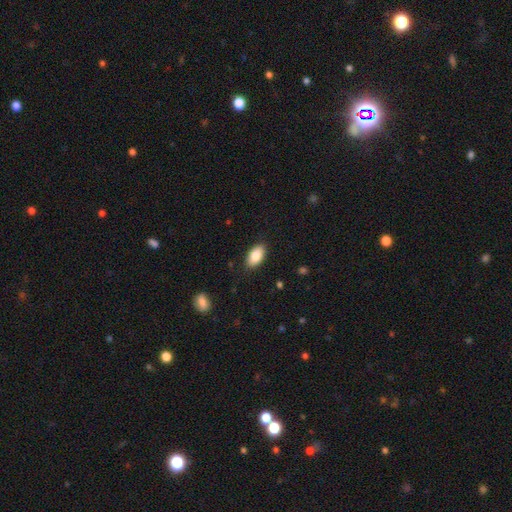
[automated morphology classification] Overall: smooth (84%). How rounded: in between (93%). Merging: none (87%).